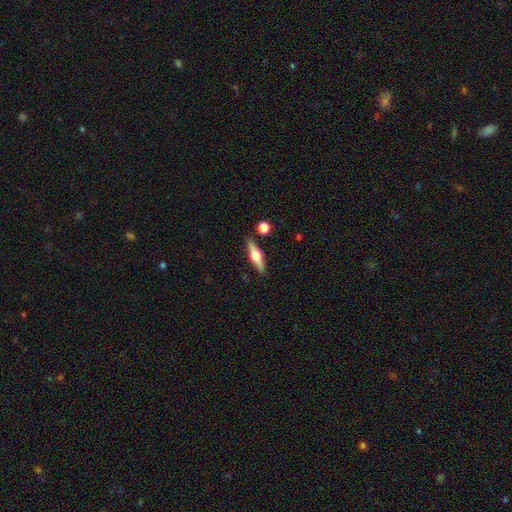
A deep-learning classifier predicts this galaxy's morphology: A featured or disk galaxy (50%). Merging: none (85%).